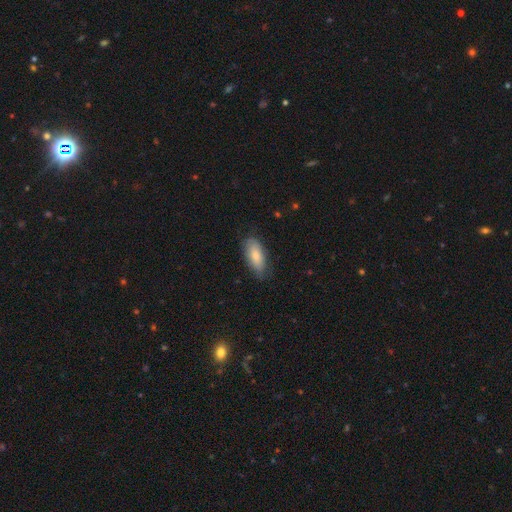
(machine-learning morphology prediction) This is likely a smooth galaxy (78%). How rounded: clearly in between (86%). Merging: likely none (74%).